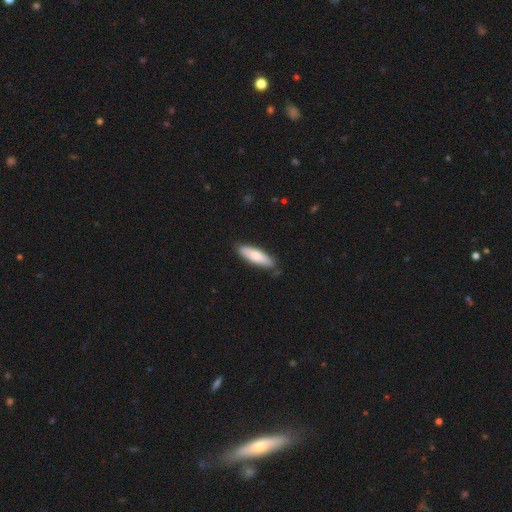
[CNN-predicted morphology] Q: Smooth or featured?
A: smooth (76%); runner-up: featured or disk (19%)
Q: How rounded?
A: cigar-shaped (54%); runner-up: in between (44%)
Q: Merging?
A: none (80%); runner-up: minor disturbance (16%)